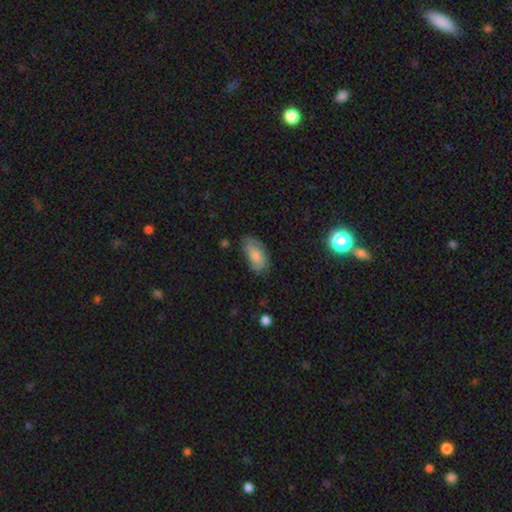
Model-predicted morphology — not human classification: This is likely a smooth galaxy (75%). How rounded: clearly in between (93%). Merging: likely none (68%).